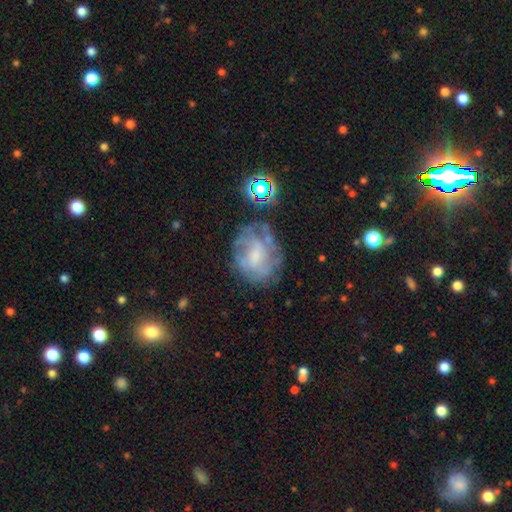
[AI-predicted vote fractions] featured or disk 58%, smooth 29%, star or artifact 13%. Down the decision tree: edge-on disk — no (97%); bar — no (61%); spiral arms — yes (57%); bulge size — small (39%); merging — none (59%).